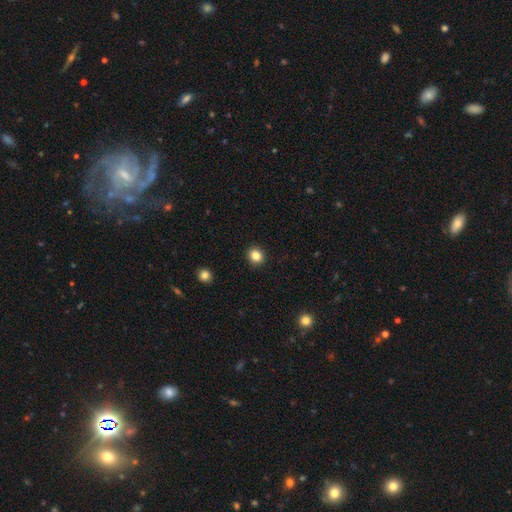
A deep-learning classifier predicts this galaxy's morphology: Q: Smooth or featured?
A: smooth (83%); runner-up: star or artifact (12%)
Q: How rounded?
A: round (81%); runner-up: in between (18%)
Q: Merging?
A: none (92%); runner-up: minor disturbance (5%)